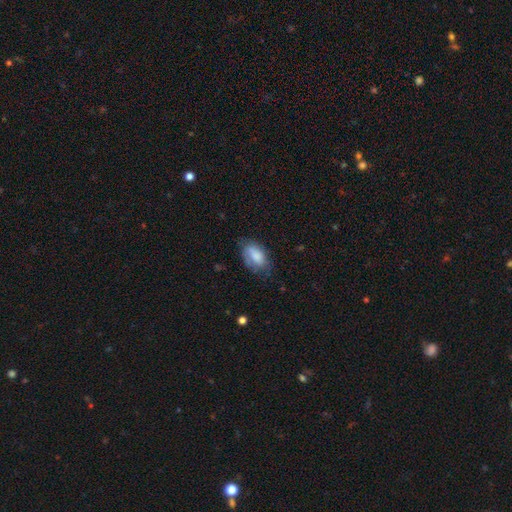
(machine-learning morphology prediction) A smooth galaxy with no disk features (78%) that is in between round and cigar-shaped (92%).

Vote fractions:
- Smooth or featured? smooth: 78% / featured or disk: 15% / star or artifact: 7%
- How rounded? in between: 92% / round: 6% / cigar-shaped: 2%
- Merging? none: 59% / minor disturbance: 29% / major disturbance: 10% / merger: 2%